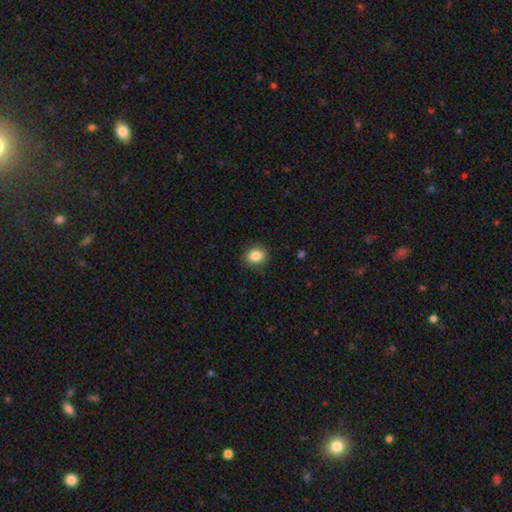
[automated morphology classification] The model was most divided on "how rounded": round: 60%, in between: 39%, cigar-shaped: 1%. More confident: merging — none (86%); smooth or featured — smooth (85%).